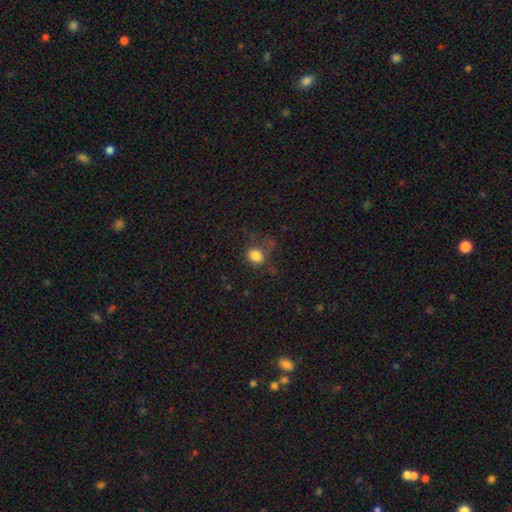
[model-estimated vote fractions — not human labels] A smooth galaxy with no disk features (82%) that is in between round and cigar-shaped (51%). Merging: none (58%).